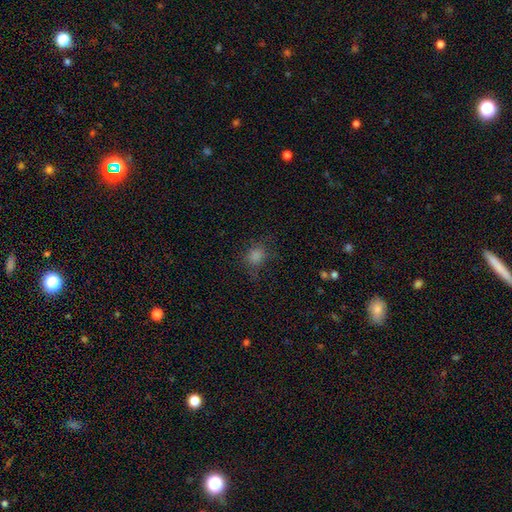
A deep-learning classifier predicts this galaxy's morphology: smooth_or_featured: smooth (p=0.73) [alt: star or artifact p=0.19]
how_rounded: round (p=0.76) [alt: in between p=0.23]
merging: none (p=0.72) [alt: minor disturbance p=0.17]